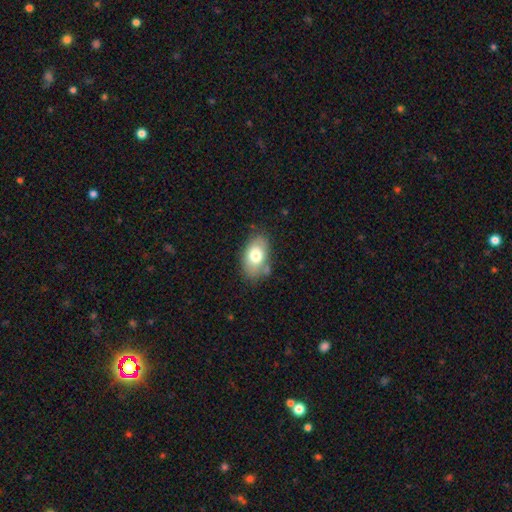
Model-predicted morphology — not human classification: Smooth or featured?
  - smooth: 73% *
  - featured or disk: 19%
  - star or artifact: 8%
How rounded?
  - in between: 89% *
  - round: 10%
  - cigar-shaped: 1%
Merging?
  - none: 73% *
  - minor disturbance: 18%
  - merger: 5%
  - major disturbance: 5%